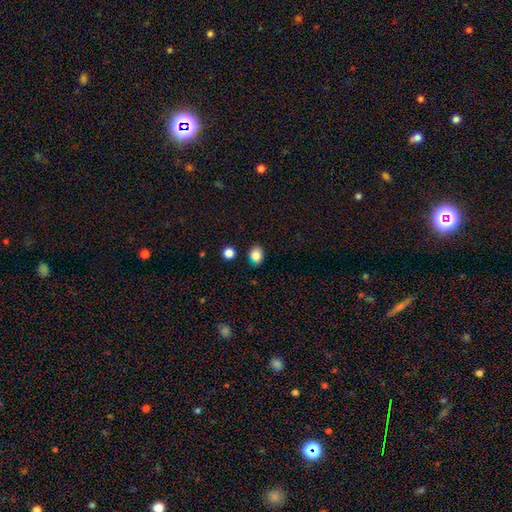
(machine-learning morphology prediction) smooth-or-featured: smooth: 85% | star or artifact: 10% | featured or disk: 5%
  how-rounded: in between: 51% | round: 48% | cigar-shaped: 1%
  merging: none: 80% | minor disturbance: 14% | merger: 3% | major disturbance: 3%